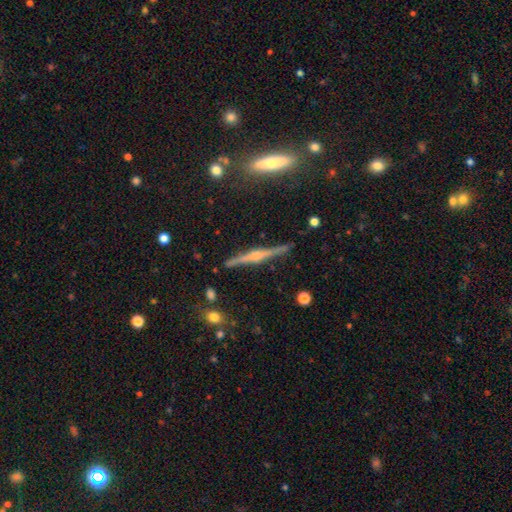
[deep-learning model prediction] The model was most divided on "smooth or featured": featured or disk: 82%, smooth: 11%, star or artifact: 8%. More confident: edge-on disk — yes (98%); merging — none (88%); edge-on bulge — rounded (82%).